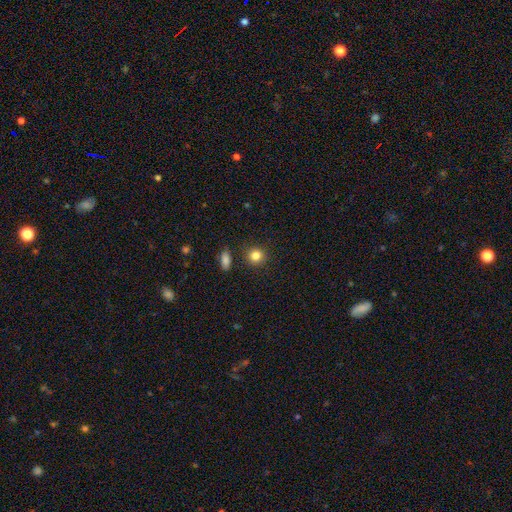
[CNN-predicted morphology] This is clearly a smooth galaxy (84%). How rounded: clearly round (87%). Merging: clearly none (88%).